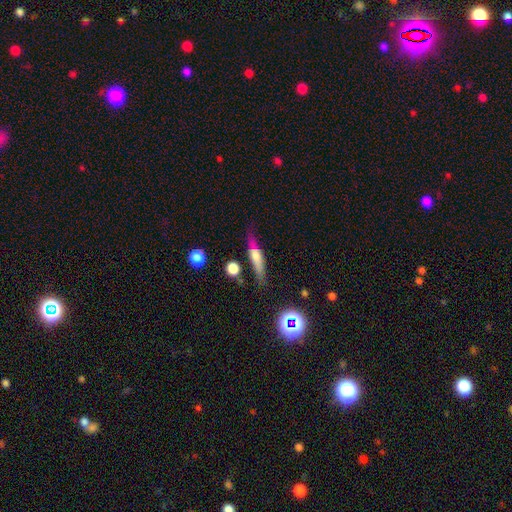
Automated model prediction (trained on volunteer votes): Smooth or featured: featured or disk — 49% (smooth — 40%)
Merging: none — 71% (minor disturbance — 18%)